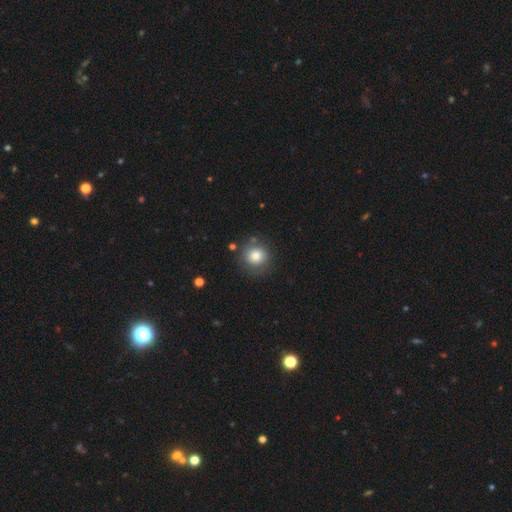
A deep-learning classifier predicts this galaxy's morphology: type=smooth (80%); roundness=round (91%); merging=none (81%).